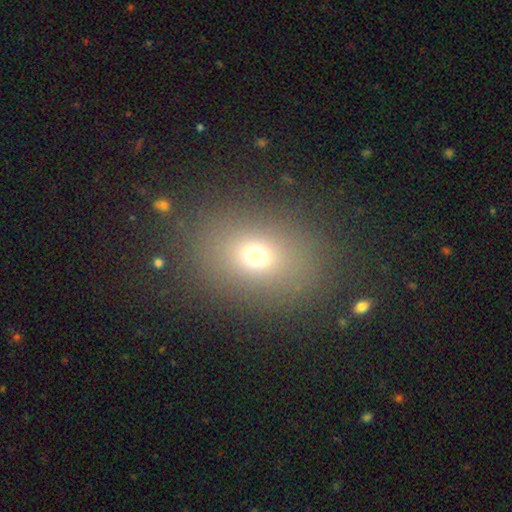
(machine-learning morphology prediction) A smooth galaxy with no disk features (69%) that is in between round and cigar-shaped (59%).

Vote fractions:
- Smooth or featured? smooth: 69% / star or artifact: 19% / featured or disk: 12%
- How rounded? in between: 59% / round: 40% / cigar-shaped: 1%
- Merging? none: 83% / minor disturbance: 9% / major disturbance: 6% / merger: 2%